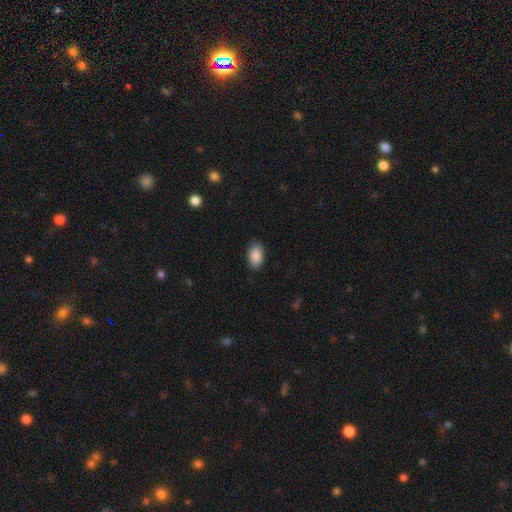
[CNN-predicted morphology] Smooth or featured?
  - smooth: 89% *
  - star or artifact: 7%
  - featured or disk: 4%
How rounded?
  - in between: 94% *
  - round: 4%
  - cigar-shaped: 2%
Merging?
  - none: 86% *
  - minor disturbance: 11%
  - major disturbance: 2%
  - merger: 1%